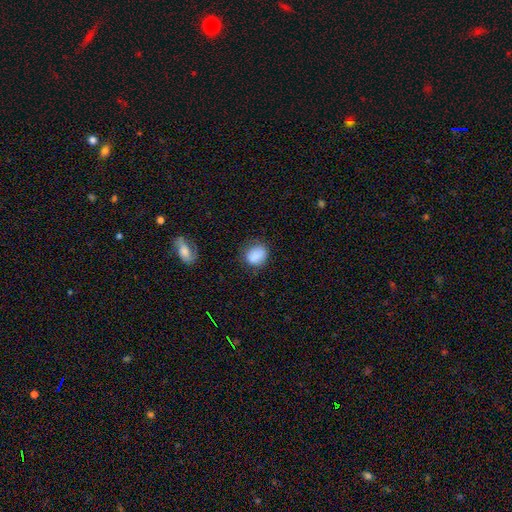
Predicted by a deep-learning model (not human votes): Overall: smooth (85%). How rounded: round (62%; in between 37%). Merging: none (72%).